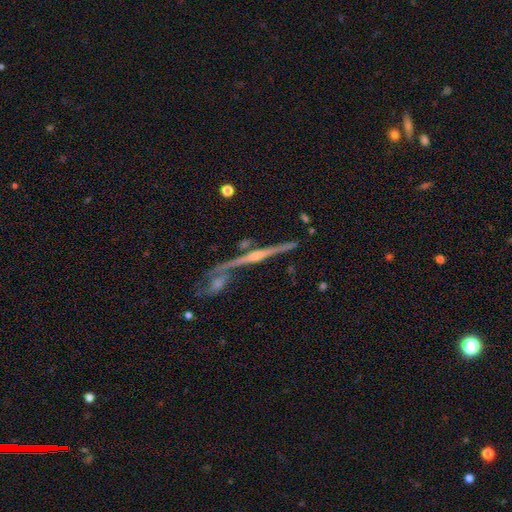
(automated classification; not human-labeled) Q: Smooth or featured?
A: featured or disk (83%); runner-up: smooth (10%)
Q: Edge-on disk?
A: yes (97%); runner-up: no (3%)
Q: Edge-on bulge?
A: rounded (78%); runner-up: none (11%)
Q: Merging?
A: none (68%); runner-up: merger (17%)